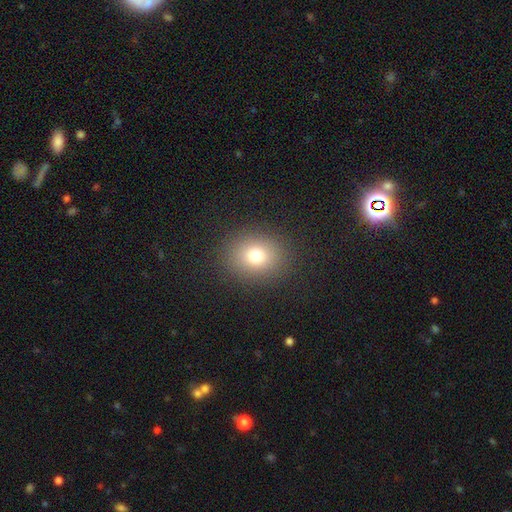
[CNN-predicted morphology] smooth_or_featured: smooth (p=0.77) [alt: star or artifact p=0.14]
how_rounded: round (p=0.59) [alt: in between p=0.40]
merging: none (p=0.88) [alt: minor disturbance p=0.07]